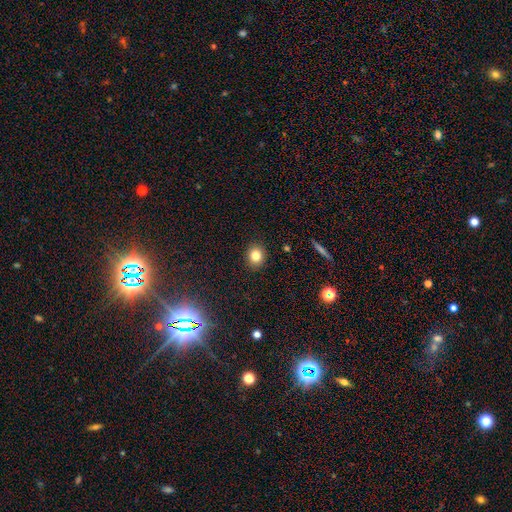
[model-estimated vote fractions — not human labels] Q: Smooth or featured?
A: smooth (82%); runner-up: star or artifact (11%)
Q: How rounded?
A: round (67%); runner-up: in between (32%)
Q: Merging?
A: none (90%); runner-up: minor disturbance (7%)